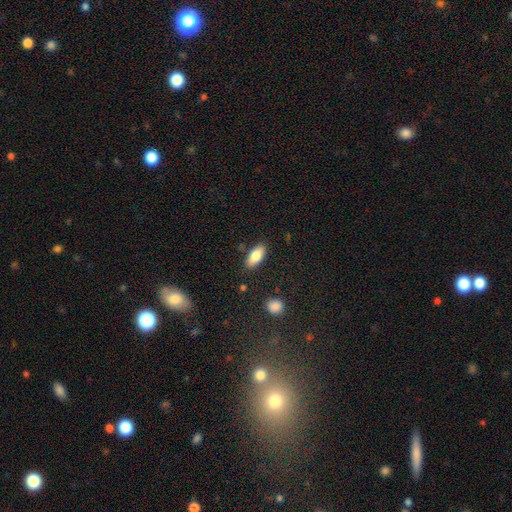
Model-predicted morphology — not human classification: This appears to be a smooth galaxy with no disk features (79%) that is in between round and cigar-shaped (85%). Merging: none (84%).